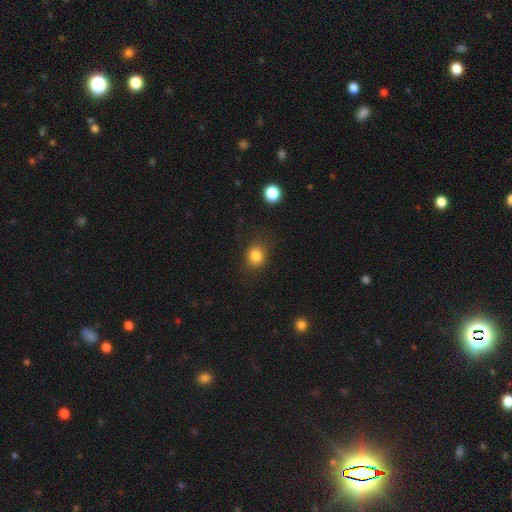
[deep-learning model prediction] smooth_or_featured: smooth (p=0.83) [alt: star or artifact p=0.12]
how_rounded: round (p=0.72) [alt: in between p=0.28]
merging: none (p=0.83) [alt: minor disturbance p=0.11]